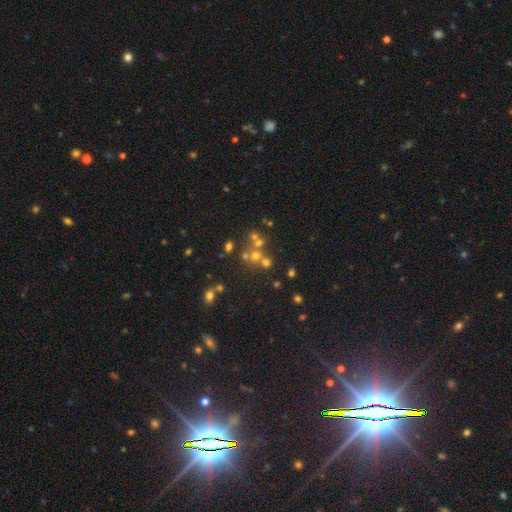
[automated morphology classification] Overall: smooth (41%; star or artifact 36%). Merging: none (52%; merger 34%).